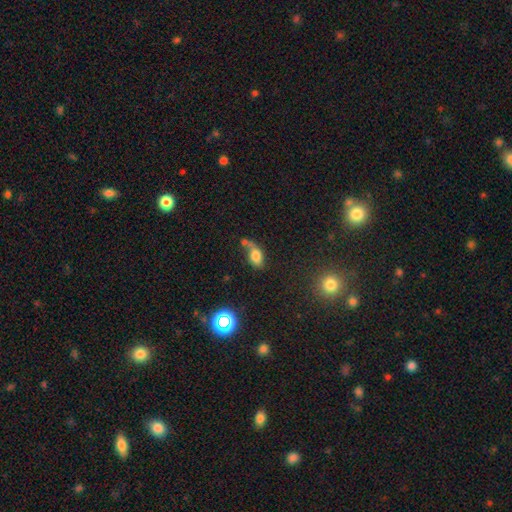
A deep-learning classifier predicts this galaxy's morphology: The model was most divided on "merging": none: 34%, merger: 30%, minor disturbance: 20%, major disturbance: 16%. More confident: how rounded — in between (82%); smooth or featured — smooth (71%).